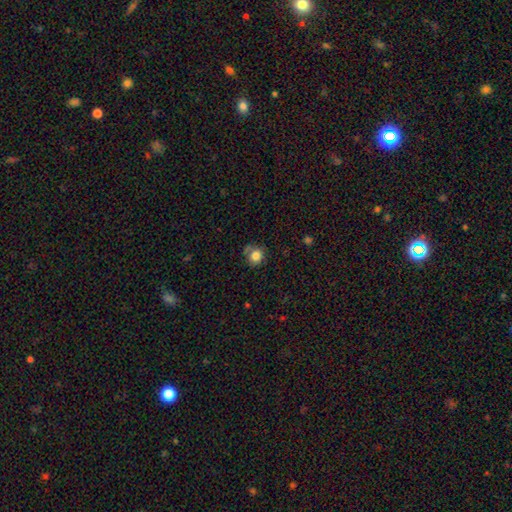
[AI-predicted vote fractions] This appears to be a smooth galaxy with no disk features (80%) that is round (82%). Merging: none (63%).